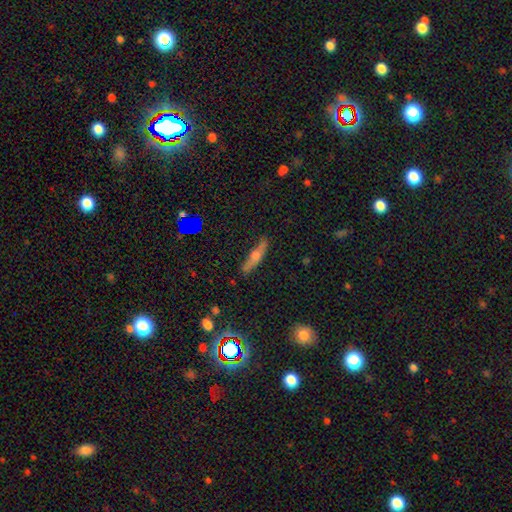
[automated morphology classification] smooth_or_featured: featured or disk (p=0.48) [alt: smooth p=0.39]
merging: none (p=0.80) [alt: minor disturbance p=0.15]